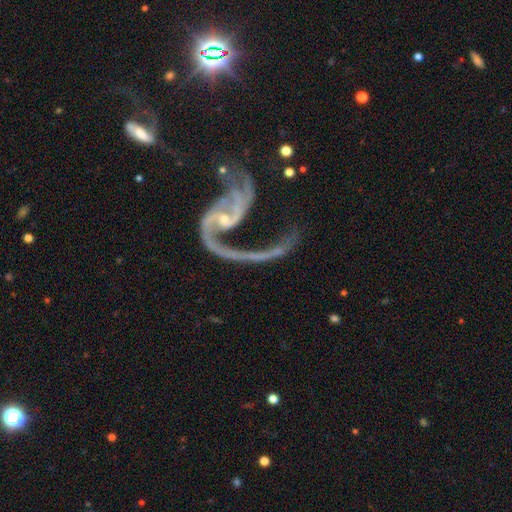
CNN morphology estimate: A featured or disk galaxy (88%) with no bar (51%), 2 (70%) loose (68%) spiral arms (93%) and a small central bulge (73%).

Vote fractions:
- Smooth or featured? featured or disk: 88% / star or artifact: 7% / smooth: 5%
- Edge-on disk? no: 96% / yes: 4%
- Bar? no: 51% / weak: 33% / strong: 16%
- Spiral arms? yes: 93% / no: 7%
- Spiral winding? loose: 68% / medium: 24% / tight: 8%
- Spiral arm count? 2: 70% / 1: 14% / can't tell: 6% / 3: 5% / 4: 3% / more than 4: 3%
- Bulge size? small: 73% / moderate: 16% / none: 8% / large: 2% / dominant: 1%
- Merging? major disturbance: 44% / none: 29% / merger: 14% / minor disturbance: 13%